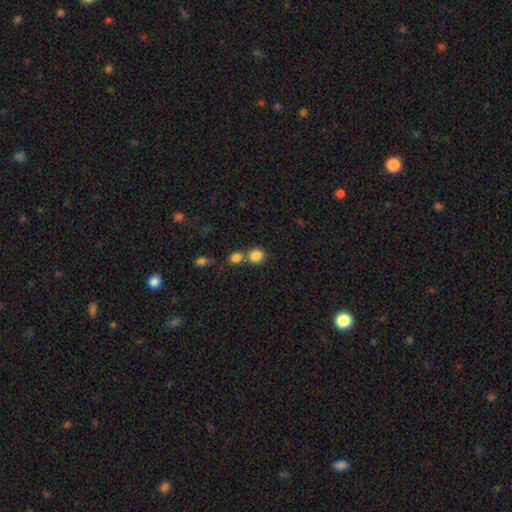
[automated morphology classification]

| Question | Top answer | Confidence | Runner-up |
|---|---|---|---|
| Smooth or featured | smooth | 84% | star or artifact (10%) |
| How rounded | round | 84% | in between (15%) |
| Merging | none | 54% | merger (35%) |